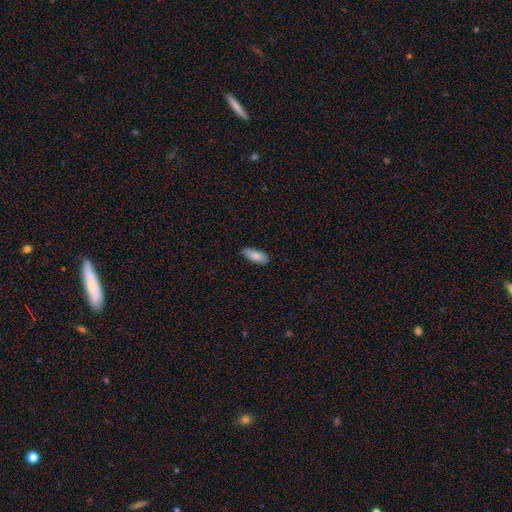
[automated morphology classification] Q: Smooth or featured?
A: smooth (86%); runner-up: featured or disk (8%)
Q: How rounded?
A: in between (79%); runner-up: cigar-shaped (19%)
Q: Merging?
A: none (79%); runner-up: minor disturbance (17%)